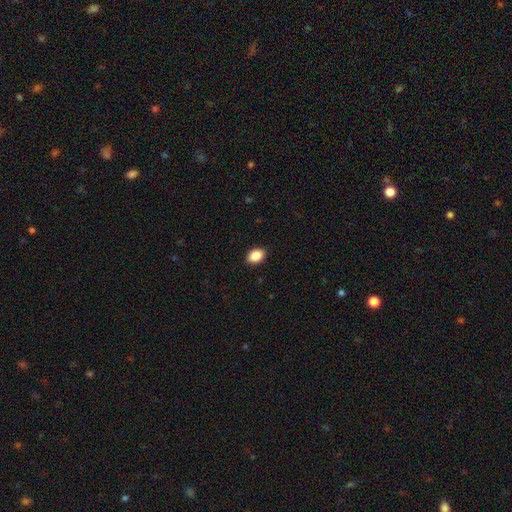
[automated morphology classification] smooth 88%, star or artifact 8%, featured or disk 4%. Down the decision tree: how rounded — in between (79%); merging — none (90%).